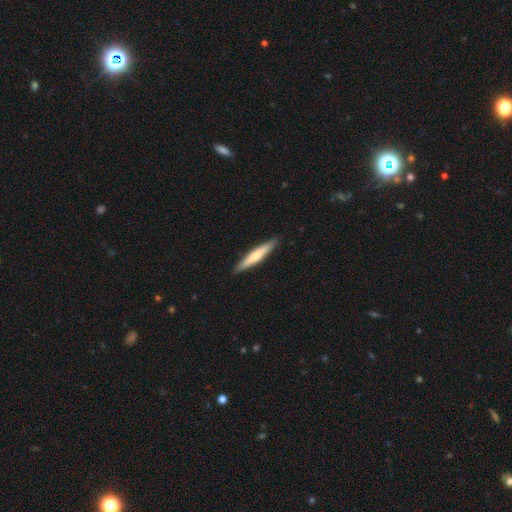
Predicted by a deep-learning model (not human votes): Smooth or featured?
  - smooth: 54% *
  - featured or disk: 41%
  - star or artifact: 5%
How rounded?
  - cigar-shaped: 93% *
  - in between: 6%
  - round: 1%
Merging?
  - none: 91% *
  - minor disturbance: 7%
  - major disturbance: 1%
  - merger: 1%